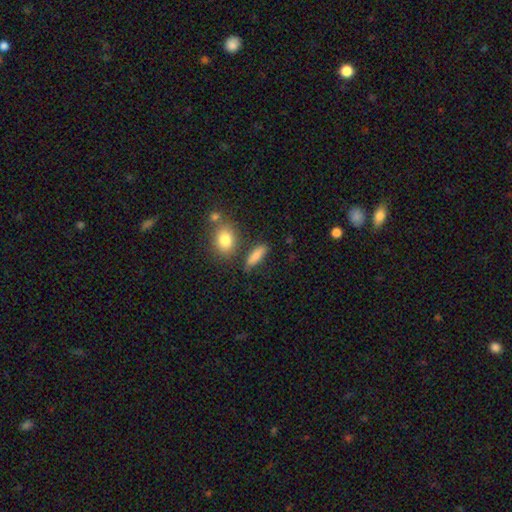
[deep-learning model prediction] Smooth or featured: smooth — 81% (featured or disk — 10%)
How rounded: cigar-shaped — 47% (in between — 46%)
Merging: none — 75% (minor disturbance — 14%)